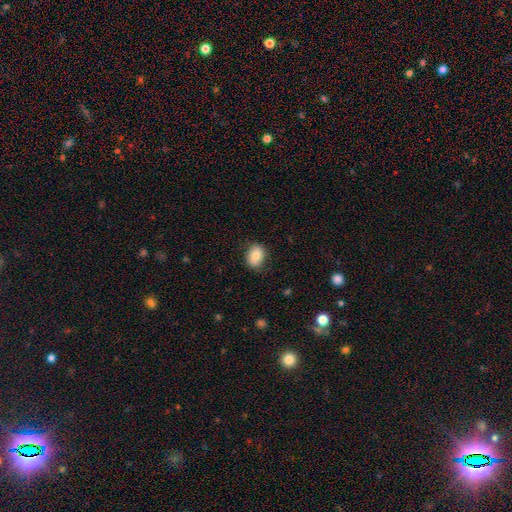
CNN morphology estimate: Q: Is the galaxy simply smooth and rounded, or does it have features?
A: smooth — 83%.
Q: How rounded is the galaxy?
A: in between — 74%.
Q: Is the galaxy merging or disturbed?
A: none — 81%.